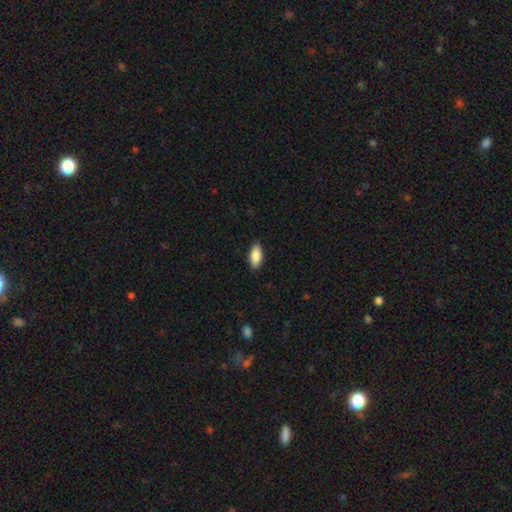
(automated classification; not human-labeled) The model was most divided on "merging": none: 89%, minor disturbance: 9%, major disturbance: 2%, merger: 1%. More confident: how rounded — in between (91%); smooth or featured — smooth (88%).